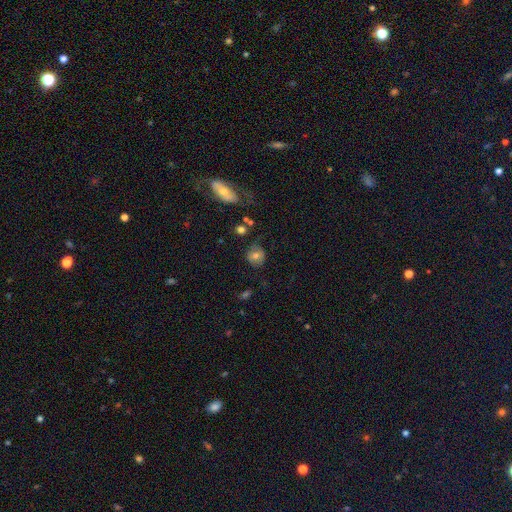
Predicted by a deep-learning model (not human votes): Morphology: type=smooth (66%); roundness=round (76%); merging=none (67%).